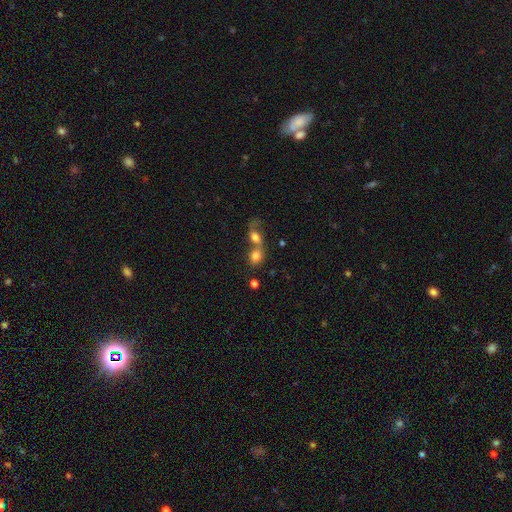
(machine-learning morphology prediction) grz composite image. It shows a smooth galaxy with no disk features (77%) that is round (57%). Merging: merger (65%).